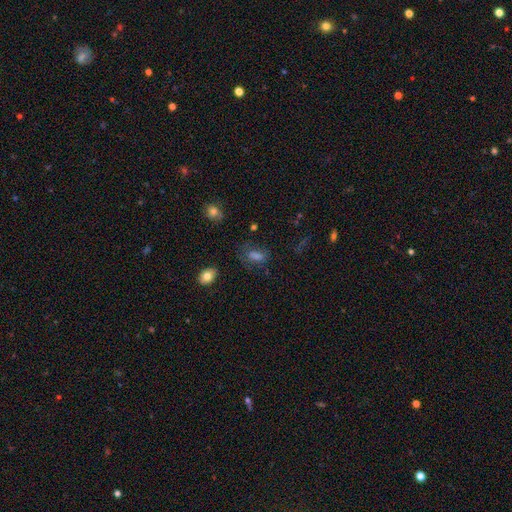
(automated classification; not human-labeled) This appears to be a smooth galaxy with no disk features (59%) that is in between round and cigar-shaped (79%). Merging: none (66%).